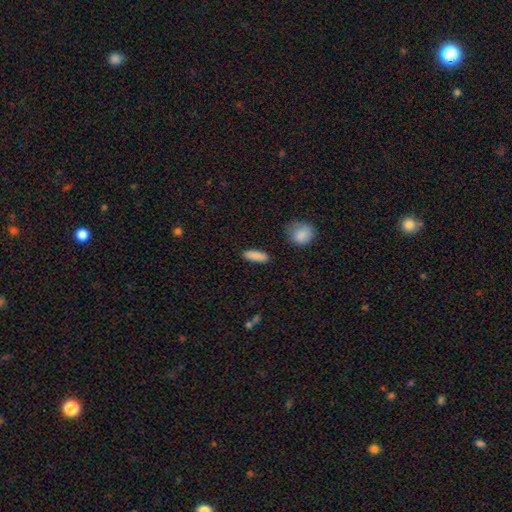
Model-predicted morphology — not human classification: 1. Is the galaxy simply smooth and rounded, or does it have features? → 89% smooth, 7% star or artifact, 5% featured or disk.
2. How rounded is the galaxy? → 58% in between, 40% cigar-shaped, 3% round.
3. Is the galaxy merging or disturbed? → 87% none, 9% minor disturbance, 2% major disturbance, 2% merger.